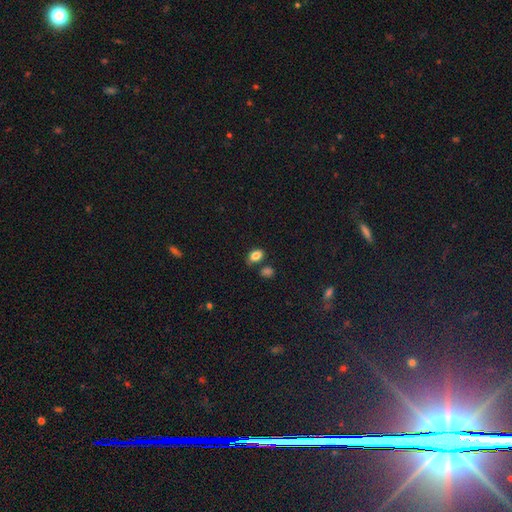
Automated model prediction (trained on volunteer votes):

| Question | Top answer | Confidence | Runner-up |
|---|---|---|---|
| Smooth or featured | smooth | 84% | star or artifact (10%) |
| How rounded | in between | 83% | round (15%) |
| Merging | none | 70% | minor disturbance (16%) |